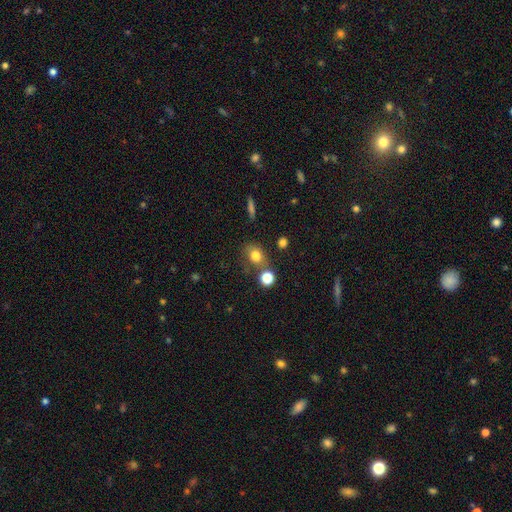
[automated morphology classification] Overall: smooth (78%). How rounded: round (50%; in between 49%). Merging: none (63%).